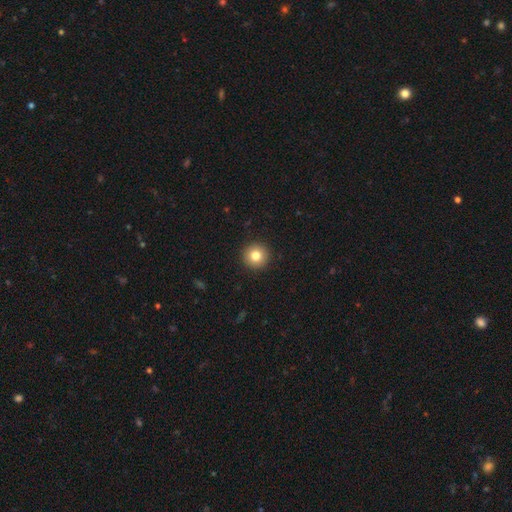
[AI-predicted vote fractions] Smooth or featured: smooth — 81% (star or artifact — 10%)
How rounded: round — 96% (in between — 3%)
Merging: none — 93% (minor disturbance — 4%)